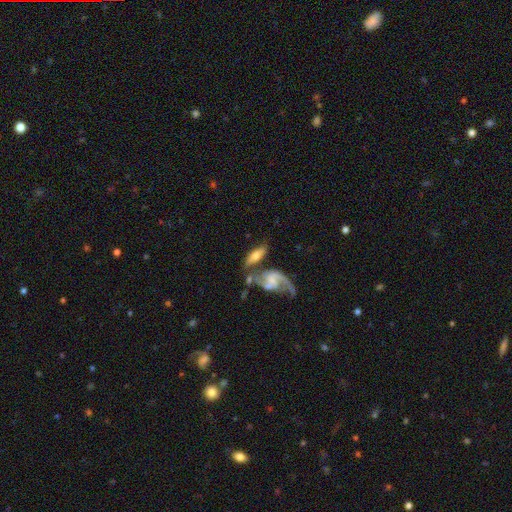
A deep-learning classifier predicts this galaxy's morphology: This is possibly a featured or disk galaxy (54%). It is likely not viewed edge-on (72%). Merging: marginally none (43%).